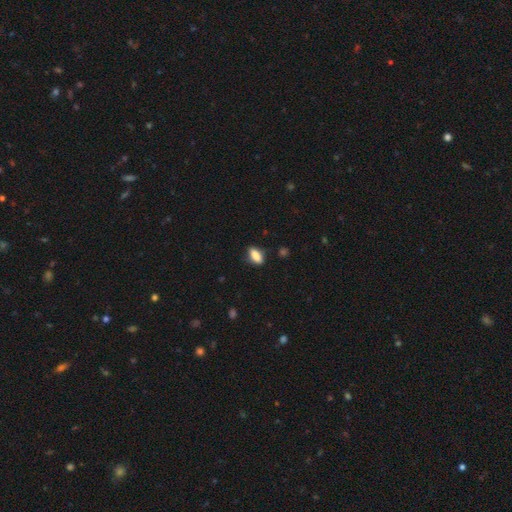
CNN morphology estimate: Smooth or featured: smooth — 83% (featured or disk — 10%)
How rounded: in between — 82% (cigar-shaped — 14%)
Merging: none — 81% (minor disturbance — 14%)